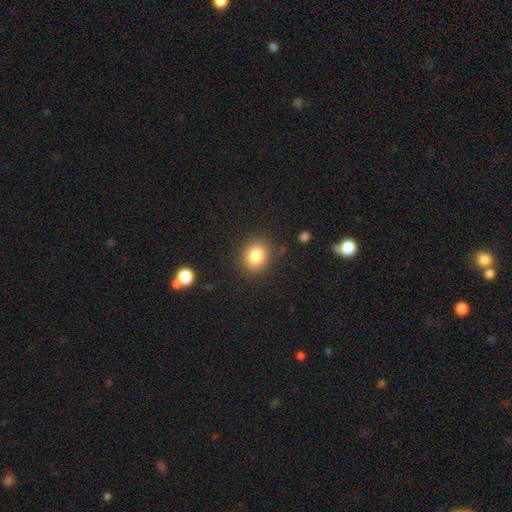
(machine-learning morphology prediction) smooth_or_featured: smooth (p=0.82) [alt: star or artifact p=0.10]
how_rounded: round (p=0.68) [alt: in between p=0.32]
merging: none (p=0.86) [alt: minor disturbance p=0.09]